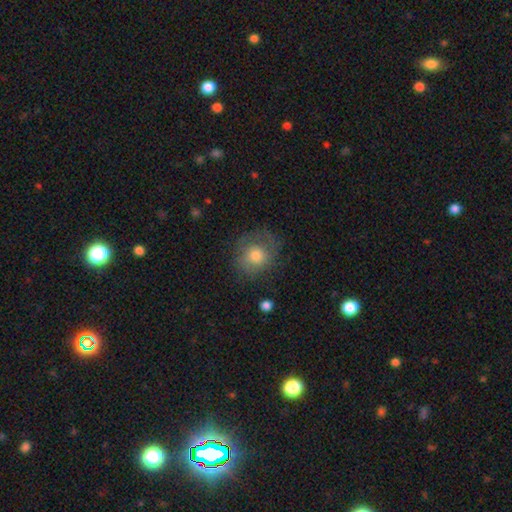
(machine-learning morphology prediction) Smooth or featured: smooth — 67% (featured or disk — 24%)
How rounded: round — 78% (in between — 21%)
Merging: none — 64% (minor disturbance — 21%)